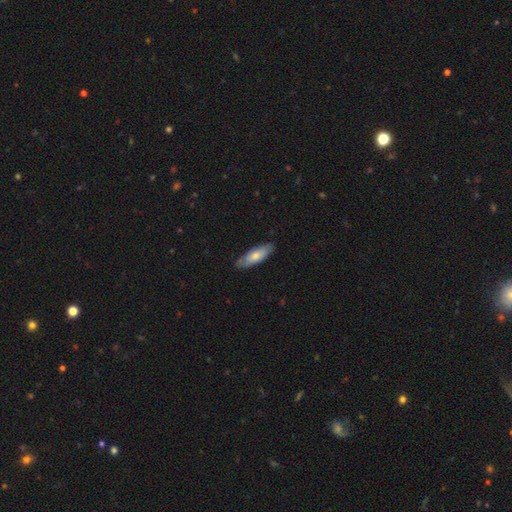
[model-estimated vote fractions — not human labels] Q: Smooth or featured?
A: smooth (64%); runner-up: featured or disk (30%)
Q: How rounded?
A: in between (60%); runner-up: cigar-shaped (38%)
Q: Merging?
A: none (81%); runner-up: minor disturbance (16%)